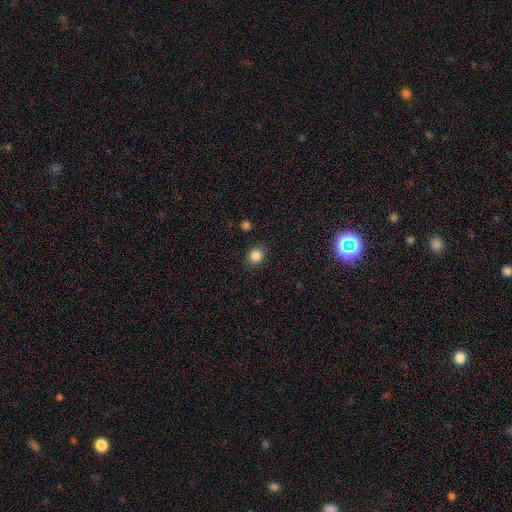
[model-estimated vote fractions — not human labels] smooth-or-featured: smooth: 85% | star or artifact: 11% | featured or disk: 4%
  how-rounded: round: 70% | in between: 29% | cigar-shaped: 1%
  merging: none: 87% | minor disturbance: 9% | major disturbance: 2% | merger: 2%